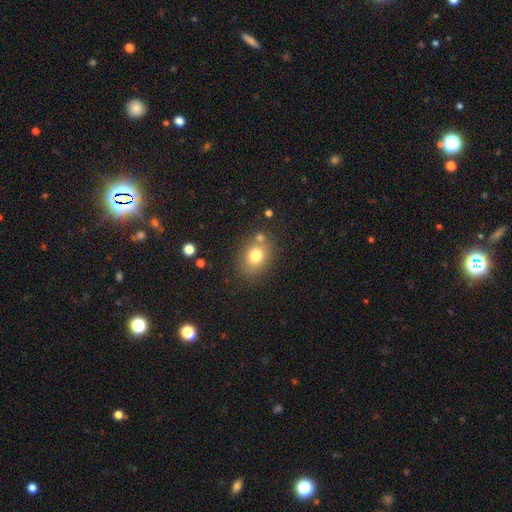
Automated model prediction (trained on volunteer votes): Smooth or featured: smooth — 76% (featured or disk — 12%)
How rounded: in between — 52% (round — 47%)
Merging: none — 71% (minor disturbance — 13%)